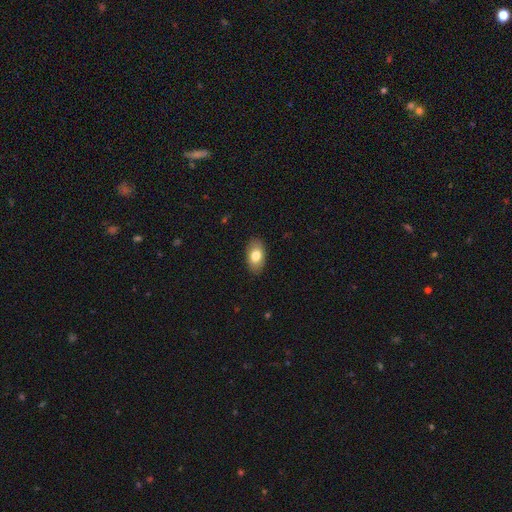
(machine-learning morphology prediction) type=smooth (78%); roundness=in between (92%); merging=none (88%).